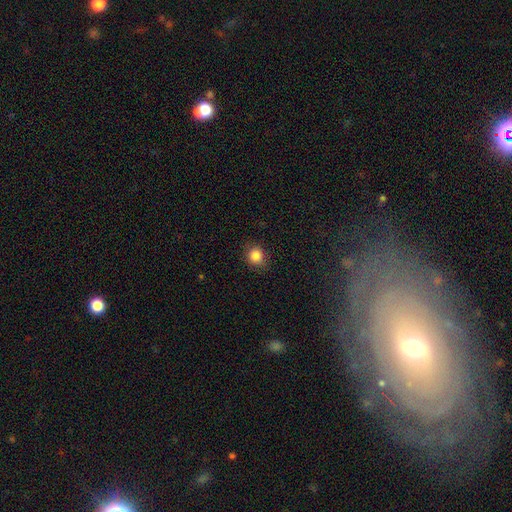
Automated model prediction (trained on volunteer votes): smooth 85%, star or artifact 11%, featured or disk 4%. Down the decision tree: how rounded — round (82%); merging — none (85%).